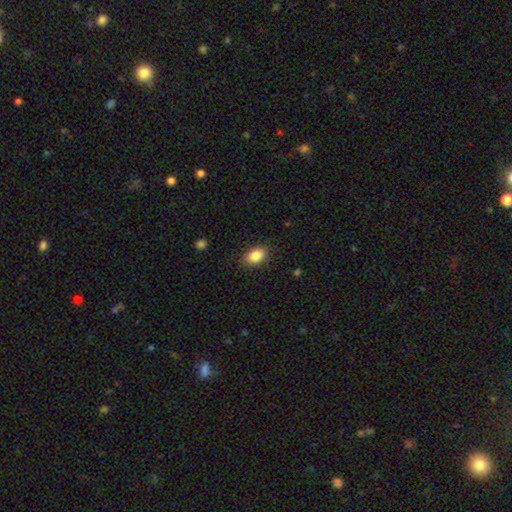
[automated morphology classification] Smooth or featured: smooth — 87% (star or artifact — 8%)
How rounded: in between — 85% (round — 14%)
Merging: none — 86% (minor disturbance — 11%)